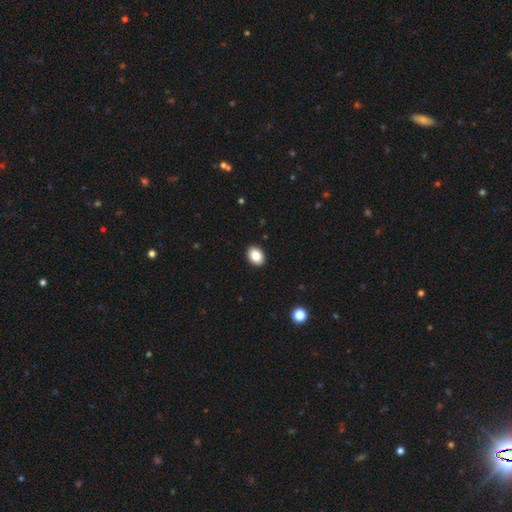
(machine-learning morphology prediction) Smooth or featured? smooth (87%)
How rounded? in between (76%)
Merging? none (91%)